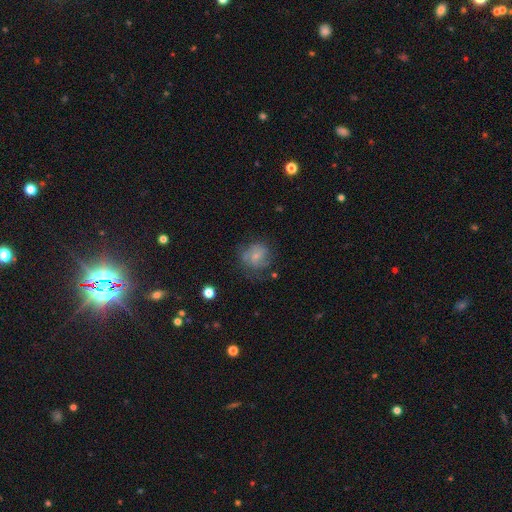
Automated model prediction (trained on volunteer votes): smooth 51%, featured or disk 40%, star or artifact 10%. Down the decision tree: how rounded — round (74%); merging — none (53%).